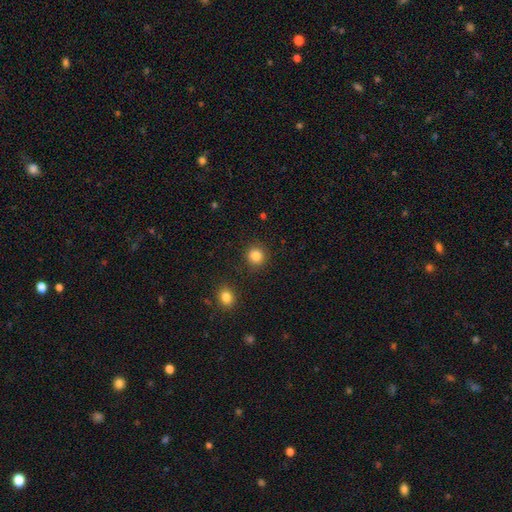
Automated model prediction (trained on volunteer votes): Smooth or featured: smooth — 85% (star or artifact — 11%)
How rounded: round — 92% (in between — 7%)
Merging: none — 89% (minor disturbance — 6%)